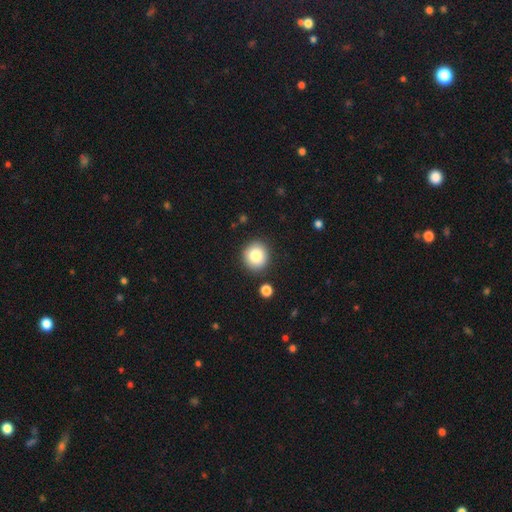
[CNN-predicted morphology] A smooth galaxy with no disk features (84%) that is round (85%).

Vote fractions:
- Smooth or featured? smooth: 84% / star or artifact: 9% / featured or disk: 7%
- How rounded? round: 85% / in between: 14% / cigar-shaped: 1%
- Merging? none: 87% / minor disturbance: 8% / merger: 3% / major disturbance: 2%